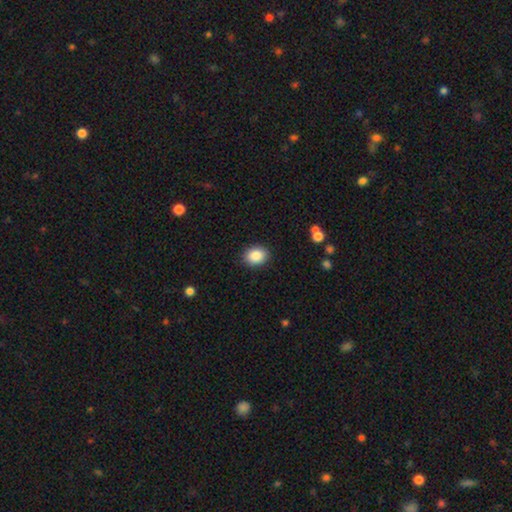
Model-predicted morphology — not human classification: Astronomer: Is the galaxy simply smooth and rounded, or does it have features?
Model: smooth — 87%.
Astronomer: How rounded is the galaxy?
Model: in between — 53% (runner-up: round, 46%).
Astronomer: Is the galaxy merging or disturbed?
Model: none — 89%.